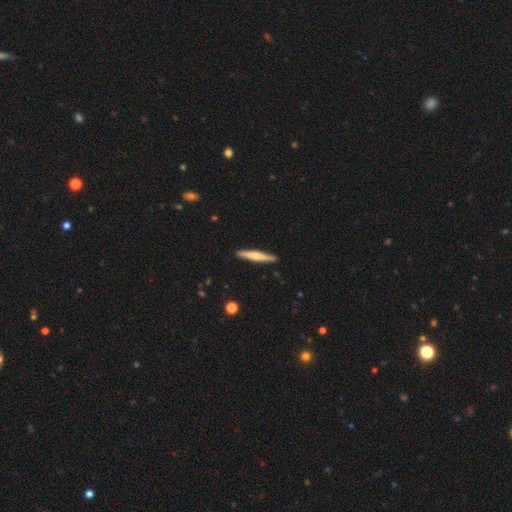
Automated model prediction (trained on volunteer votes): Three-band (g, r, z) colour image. It shows a smooth galaxy with no disk features (51%) that is cigar-shaped (94%). Merging: none (91%).